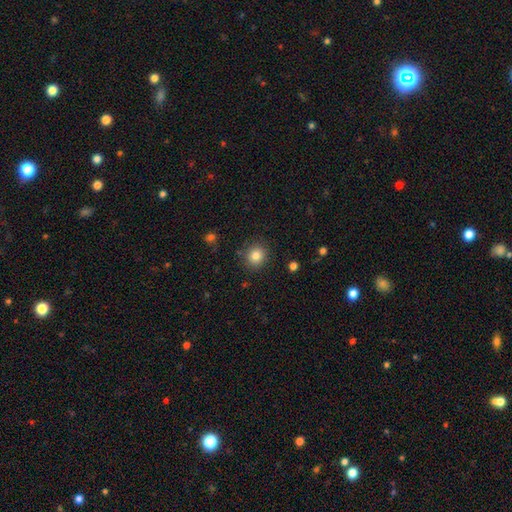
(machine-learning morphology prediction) This is clearly a smooth galaxy (83%). How rounded: clearly round (86%). Merging: clearly none (87%).